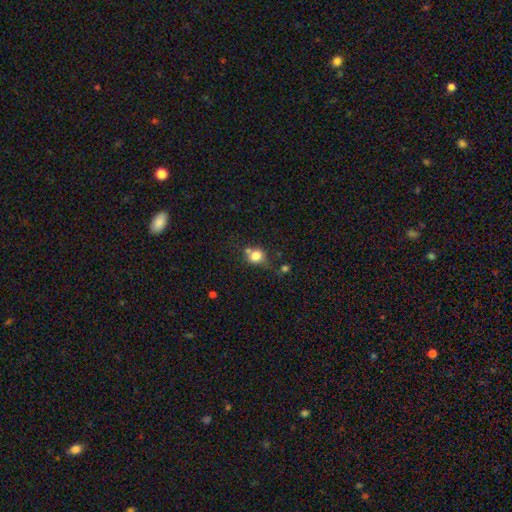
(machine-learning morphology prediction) type=smooth (76%); roundness=round (68%); merging=none (48%).